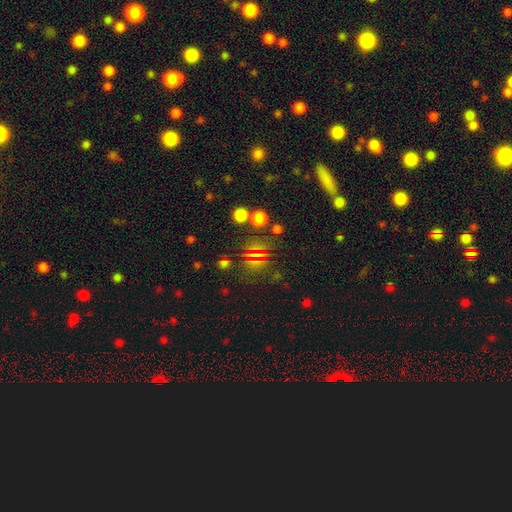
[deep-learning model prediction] Q: Smooth or featured?
A: star or artifact (55%); runner-up: smooth (34%)